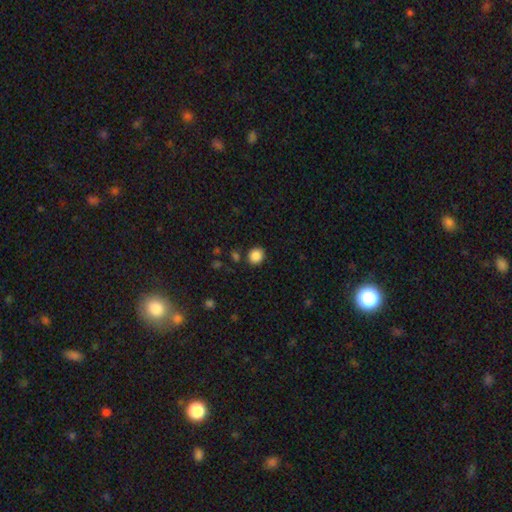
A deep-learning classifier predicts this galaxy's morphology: A smooth galaxy with no disk features (87%) that is round (80%). Merging: none (86%).